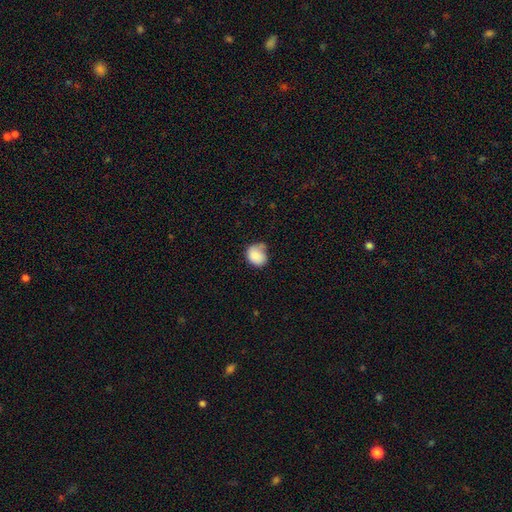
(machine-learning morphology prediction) This appears to be a smooth galaxy with no disk features (85%) that is round (57%). Merging: none (44%).